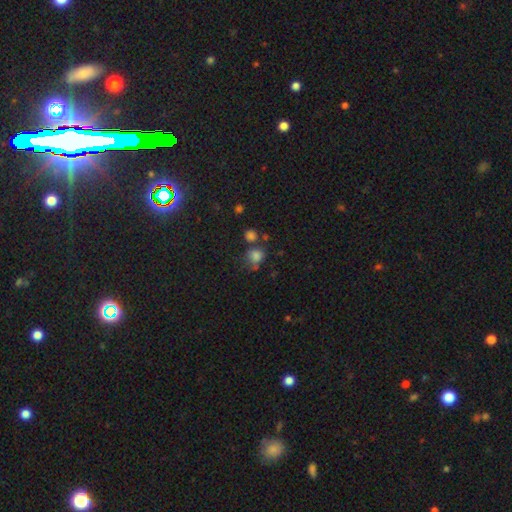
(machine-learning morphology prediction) Q: Smooth or featured?
A: smooth (77%); runner-up: star or artifact (16%)
Q: How rounded?
A: round (74%); runner-up: in between (25%)
Q: Merging?
A: none (57%); runner-up: merger (19%)